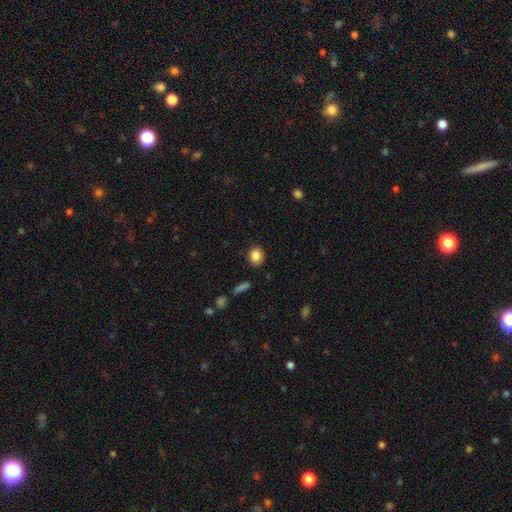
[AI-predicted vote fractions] Q: Smooth or featured?
A: smooth (85%); runner-up: star or artifact (9%)
Q: How rounded?
A: round (59%); runner-up: in between (39%)
Q: Merging?
A: none (88%); runner-up: minor disturbance (8%)